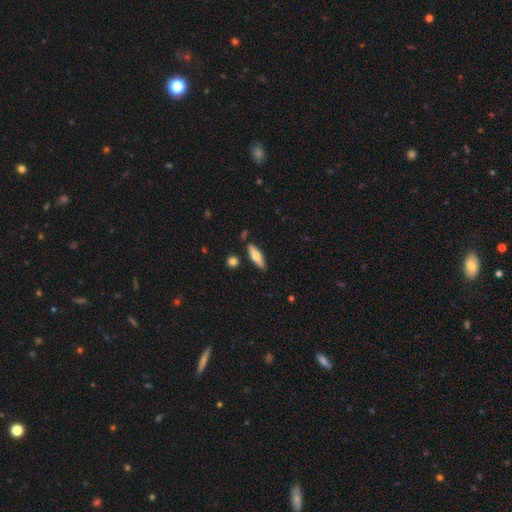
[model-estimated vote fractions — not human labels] smooth 60%, featured or disk 34%, star or artifact 6%. Down the decision tree: how rounded — cigar-shaped (53%); merging — none (85%).